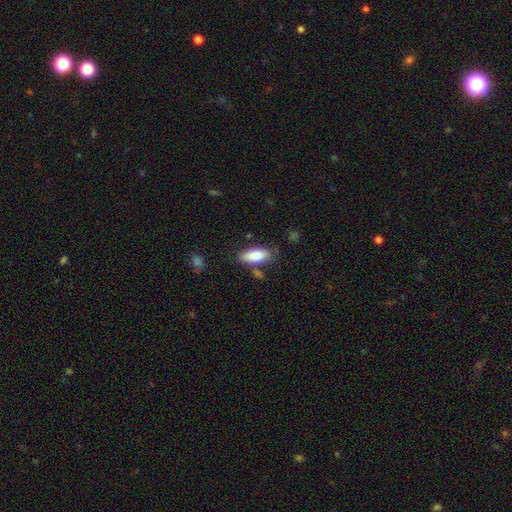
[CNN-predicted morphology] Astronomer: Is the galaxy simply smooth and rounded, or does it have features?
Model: smooth — 85%.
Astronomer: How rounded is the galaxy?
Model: in between — 82%.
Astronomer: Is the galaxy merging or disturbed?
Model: none — 74%.